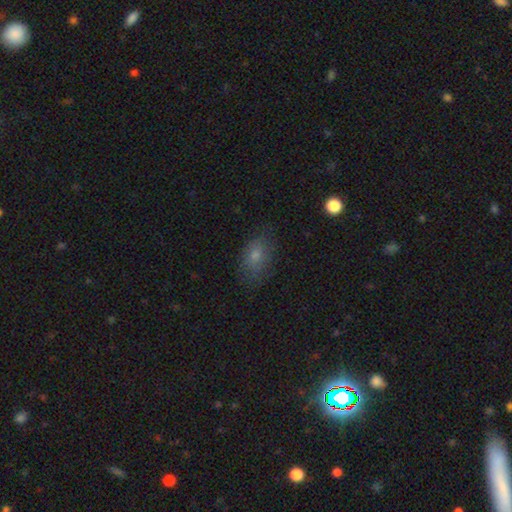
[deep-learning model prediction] smooth_or_featured: smooth (p=0.75) [alt: featured or disk p=0.14]
how_rounded: in between (p=0.85) [alt: round p=0.13]
merging: none (p=0.74) [alt: minor disturbance p=0.19]